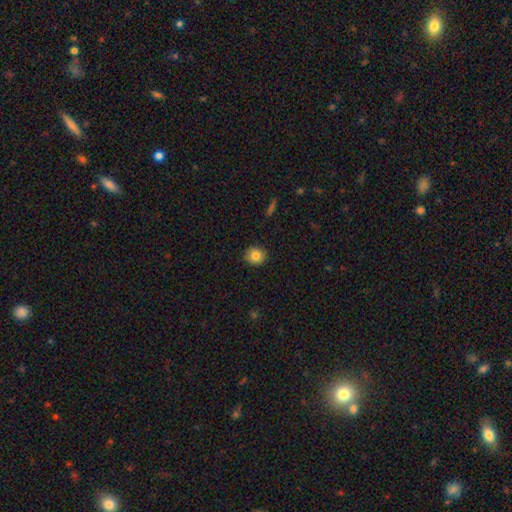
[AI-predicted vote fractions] smooth 83%, star or artifact 9%, featured or disk 8%. Down the decision tree: how rounded — round (79%); merging — none (90%).